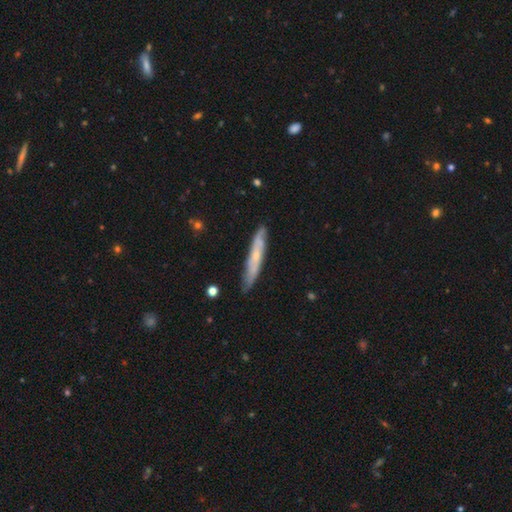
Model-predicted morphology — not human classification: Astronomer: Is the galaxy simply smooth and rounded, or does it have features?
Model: featured or disk — 54% (runner-up: smooth, 40%).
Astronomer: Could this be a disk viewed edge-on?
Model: yes — 72%.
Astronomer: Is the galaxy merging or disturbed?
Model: none — 82%.